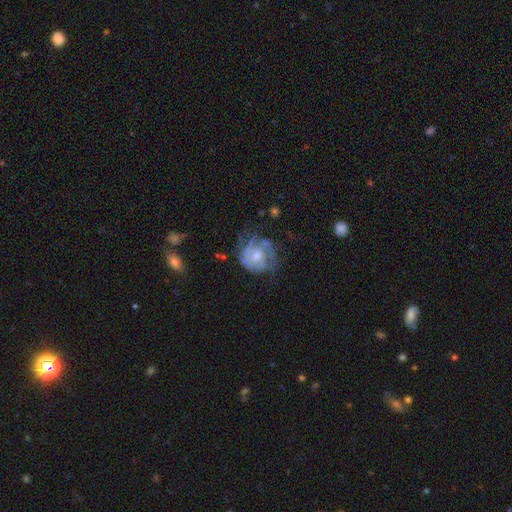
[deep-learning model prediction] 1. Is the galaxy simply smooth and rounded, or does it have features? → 73% featured or disk, 20% smooth, 7% star or artifact.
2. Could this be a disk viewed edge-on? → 98% no, 2% yes.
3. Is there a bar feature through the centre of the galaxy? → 73% no, 23% weak, 4% strong.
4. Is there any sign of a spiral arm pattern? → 83% yes, 17% no.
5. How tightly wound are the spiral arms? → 54% tight, 34% medium, 12% loose.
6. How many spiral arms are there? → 39% can't tell, 27% 2, 18% 3, 6% 4, 6% 1, 4% more than 4.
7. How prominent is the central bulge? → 53% moderate, 39% small, 4% large, 4% none, 1% dominant.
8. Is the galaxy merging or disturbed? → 55% none, 25% minor disturbance, 18% major disturbance, 2% merger.